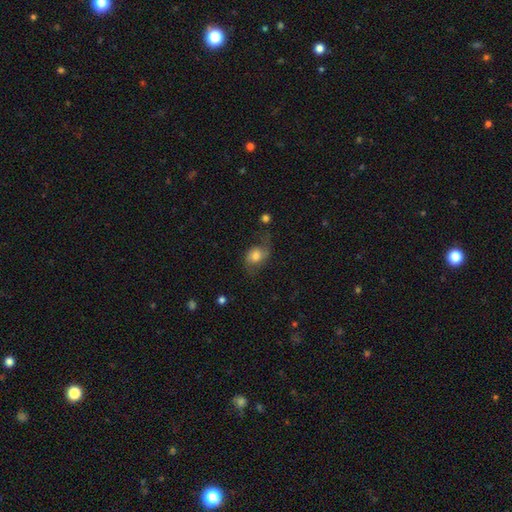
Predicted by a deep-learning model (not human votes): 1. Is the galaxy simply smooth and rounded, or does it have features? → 51% smooth, 39% featured or disk, 9% star or artifact.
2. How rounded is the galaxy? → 55% in between, 43% round, 2% cigar-shaped.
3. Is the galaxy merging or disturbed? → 50% none, 24% minor disturbance, 23% major disturbance, 3% merger.